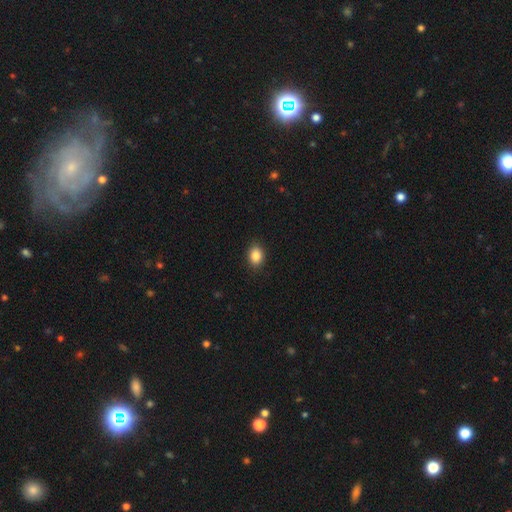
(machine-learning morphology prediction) Overall: smooth (86%). How rounded: in between (61%; round 38%). Merging: none (89%).